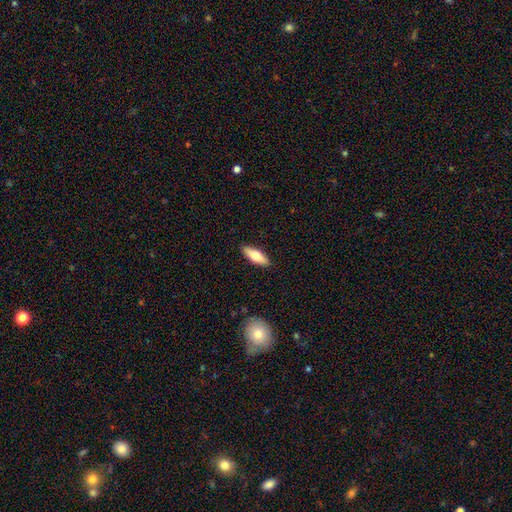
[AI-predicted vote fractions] smooth_or_featured: smooth (p=0.63) [alt: featured or disk p=0.31]
how_rounded: in between (p=0.61) [alt: cigar-shaped p=0.37]
merging: none (p=0.90) [alt: minor disturbance p=0.07]